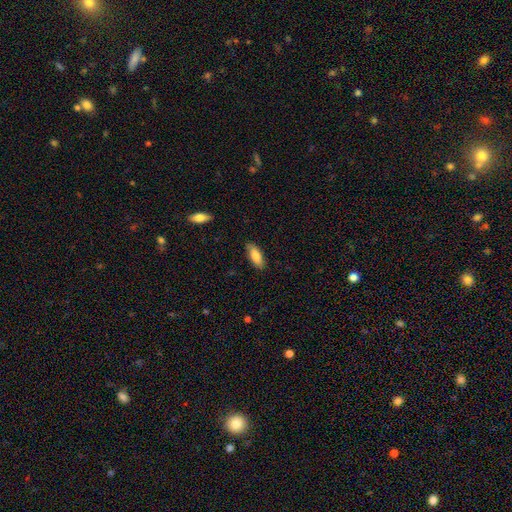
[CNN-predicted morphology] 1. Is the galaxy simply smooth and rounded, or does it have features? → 81% smooth, 13% featured or disk, 6% star or artifact.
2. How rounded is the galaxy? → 79% in between, 19% cigar-shaped, 2% round.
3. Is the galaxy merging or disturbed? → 83% none, 13% minor disturbance, 2% major disturbance, 1% merger.